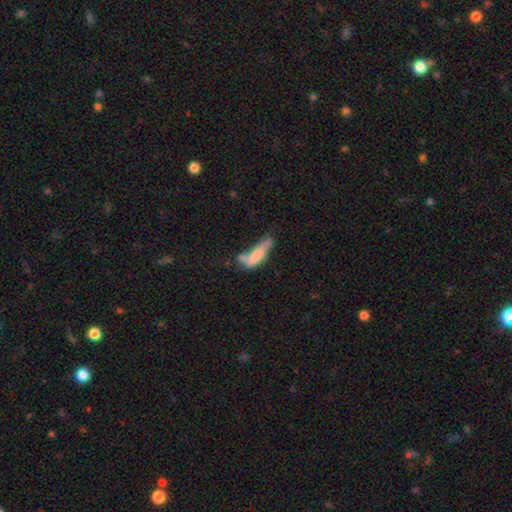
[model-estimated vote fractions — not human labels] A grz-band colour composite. It shows a smooth galaxy with no disk features (69%) that is cigar-shaped (54%). Merging: none (31%).